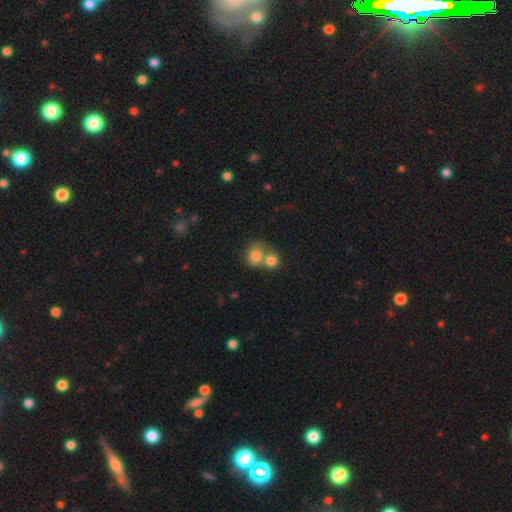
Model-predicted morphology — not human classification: type=smooth (80%); roundness=round (73%); merging=merger (57%).